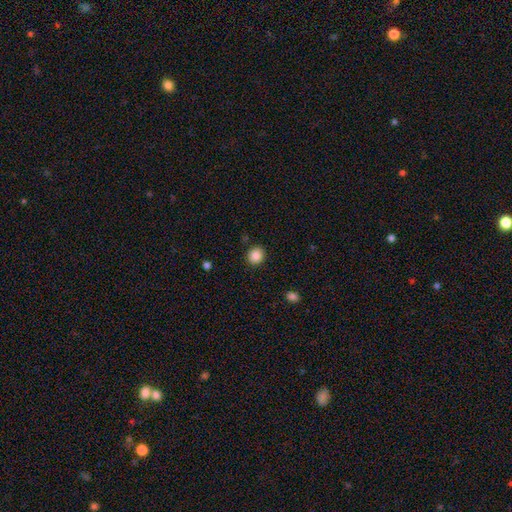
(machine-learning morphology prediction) This appears to be a smooth galaxy with no disk features (87%) that is round (83%). Merging: none (88%).